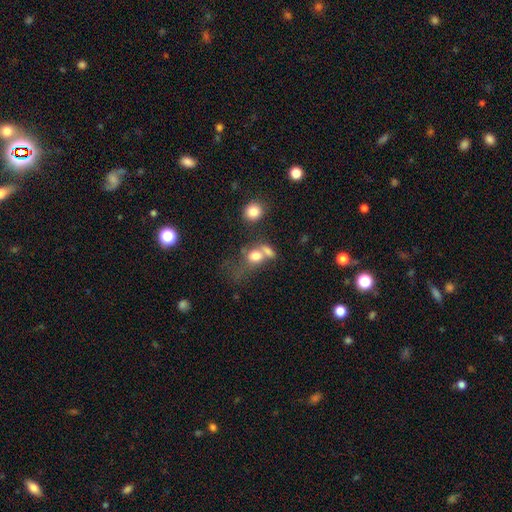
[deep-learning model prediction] Q: Smooth or featured?
A: smooth (72%); runner-up: featured or disk (16%)
Q: How rounded?
A: round (51%); runner-up: in between (46%)
Q: Merging?
A: merger (48%); runner-up: none (24%)